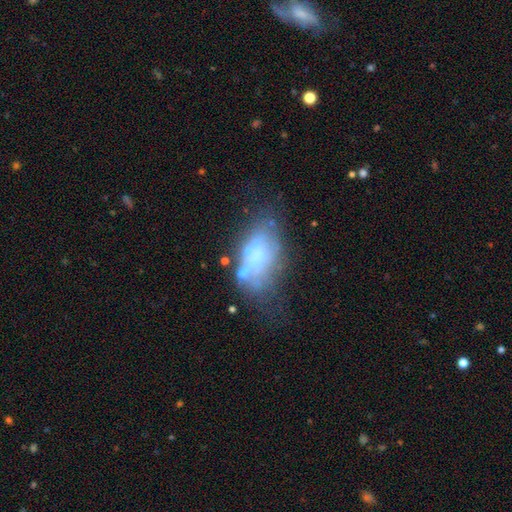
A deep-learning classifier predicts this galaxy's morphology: A featured or disk galaxy (52%).

Vote fractions:
- Smooth or featured? featured or disk: 52% / smooth: 34% / star or artifact: 14%
- Edge-on disk? no: 93% / yes: 7%
- Merging? none: 35% / major disturbance: 26% / minor disturbance: 23% / merger: 17%